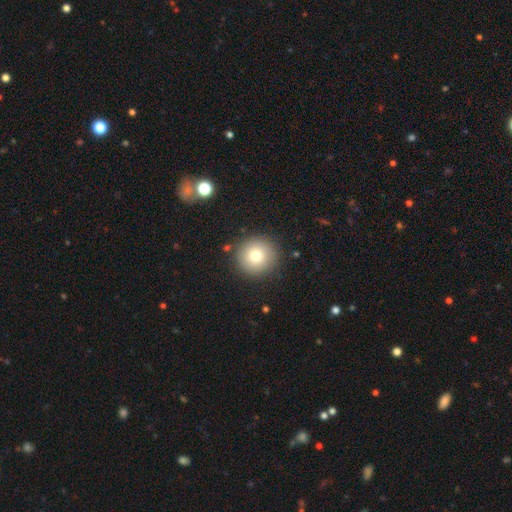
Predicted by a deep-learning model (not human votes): Smooth or featured: smooth — 77% (featured or disk — 12%)
How rounded: round — 95% (in between — 4%)
Merging: none — 89% (minor disturbance — 7%)